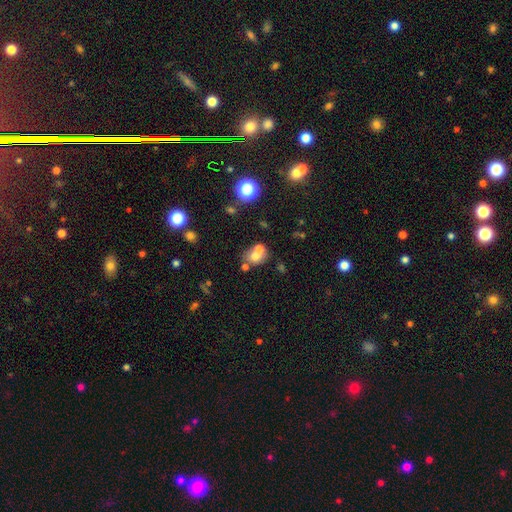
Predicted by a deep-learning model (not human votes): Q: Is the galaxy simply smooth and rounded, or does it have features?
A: smooth — 65%.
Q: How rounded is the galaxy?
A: round — 59%.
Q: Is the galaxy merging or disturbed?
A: merger — 49%.